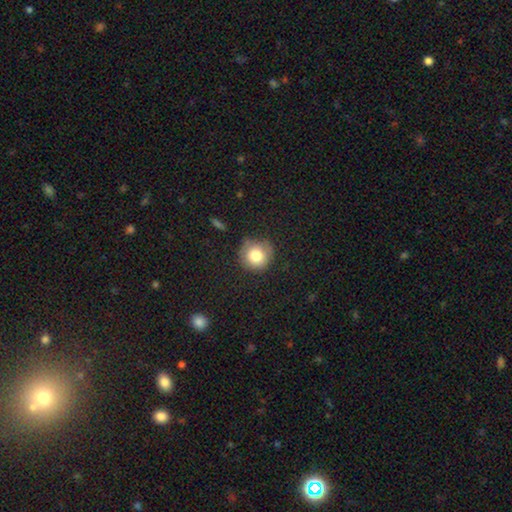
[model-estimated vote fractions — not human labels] This appears to be a smooth galaxy with no disk features (80%) that is round (92%). Merging: none (76%).